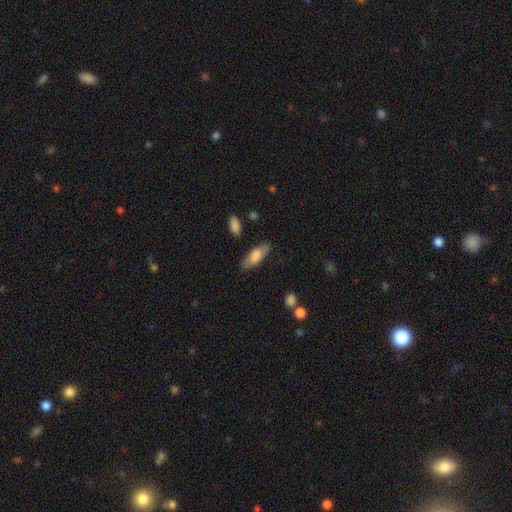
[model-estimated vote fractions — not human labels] Smooth or featured? Predicted: smooth (p=0.72). How rounded? Predicted: in between (p=0.70). Merging? Predicted: none (p=0.79).